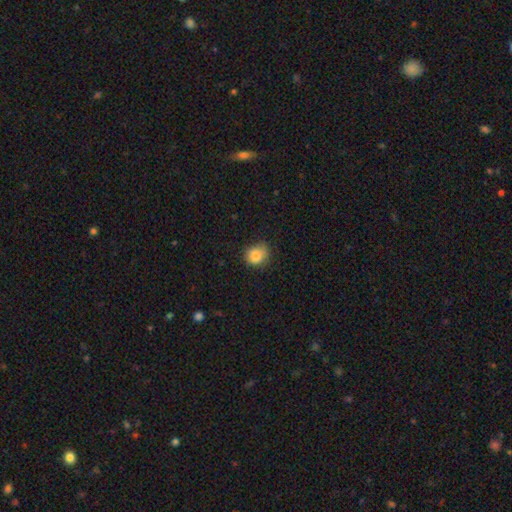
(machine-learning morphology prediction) Smooth or featured: smooth — 85% (star or artifact — 10%)
How rounded: round — 66% (in between — 33%)
Merging: none — 65% (minor disturbance — 28%)